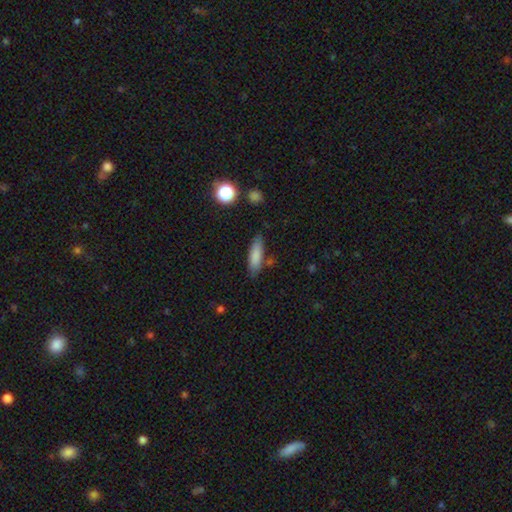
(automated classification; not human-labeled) Smooth or featured? Predicted: smooth (p=0.83). How rounded? Predicted: cigar-shaped (p=0.54). Merging? Predicted: none (p=0.79).